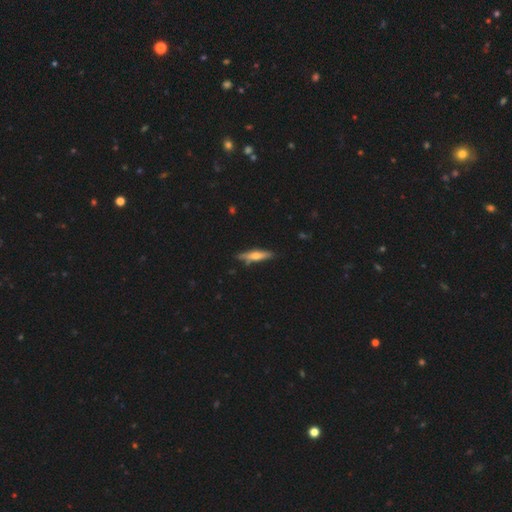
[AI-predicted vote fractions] Q: Smooth or featured?
A: featured or disk (50%); runner-up: smooth (44%)
Q: Merging?
A: none (79%); runner-up: minor disturbance (16%)